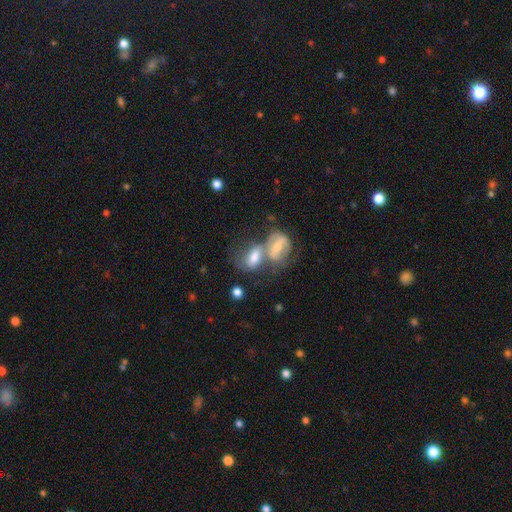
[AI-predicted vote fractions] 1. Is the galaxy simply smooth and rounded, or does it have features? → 46% featured or disk, 43% smooth, 10% star or artifact.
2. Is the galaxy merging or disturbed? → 65% merger, 20% none, 9% minor disturbance, 7% major disturbance.